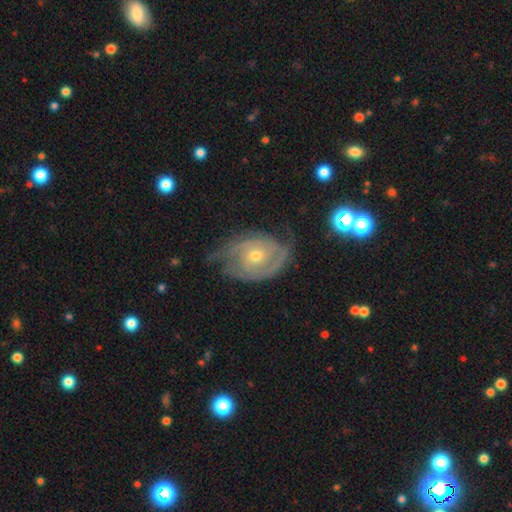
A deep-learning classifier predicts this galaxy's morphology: A featured or disk galaxy (86%) with no bar (73%), 2 (55%) tight (59%) spiral arms (94%) and a moderate central bulge (49%). Merging: none (61%).